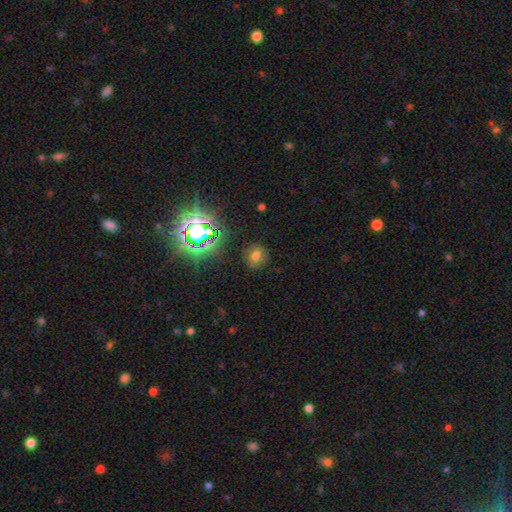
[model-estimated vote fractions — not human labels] A smooth galaxy with no disk features (62%) that is round (82%). Merging: none (84%).